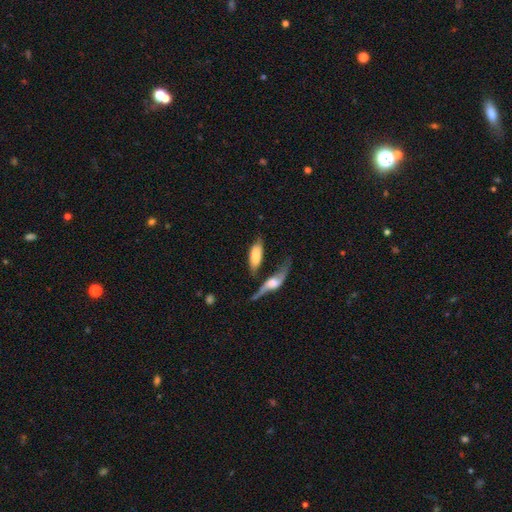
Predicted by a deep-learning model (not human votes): smooth_or_featured: smooth (p=0.63) [alt: featured or disk p=0.30]
how_rounded: in between (p=0.80) [alt: cigar-shaped p=0.17]
merging: none (p=0.35) [alt: merger p=0.32]